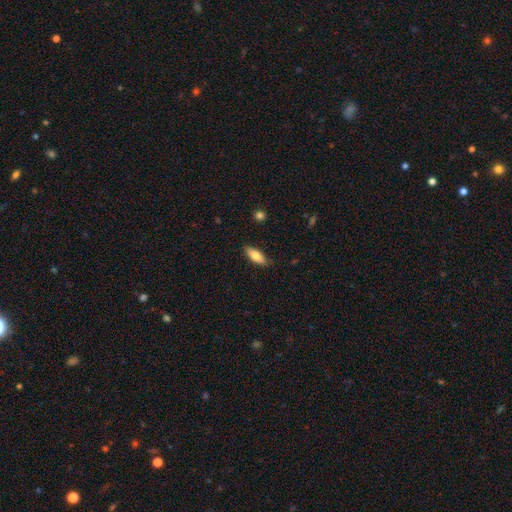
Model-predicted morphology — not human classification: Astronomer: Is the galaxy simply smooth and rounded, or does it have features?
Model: smooth — 77%.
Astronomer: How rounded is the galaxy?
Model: in between — 69%.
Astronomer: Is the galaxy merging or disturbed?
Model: none — 85%.